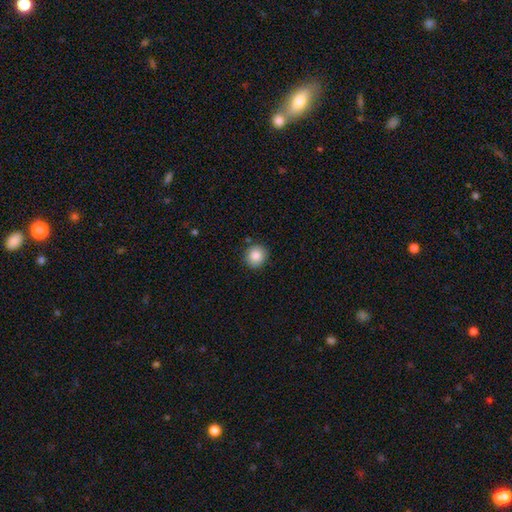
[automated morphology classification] smooth-or-featured: smooth: 86% | star or artifact: 8% | featured or disk: 5%
  how-rounded: round: 88% | in between: 11% | cigar-shaped: 1%
  merging: none: 87% | minor disturbance: 9% | major disturbance: 2% | merger: 2%